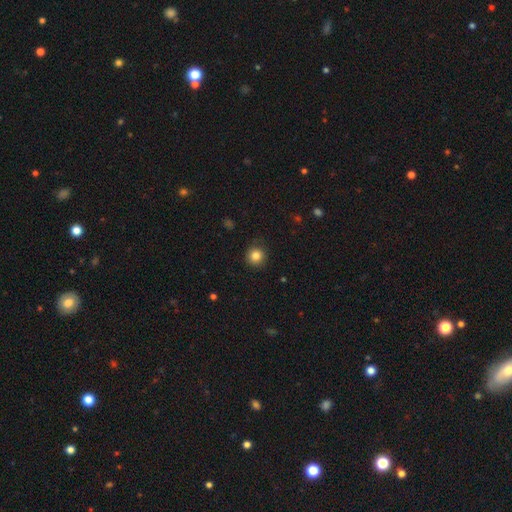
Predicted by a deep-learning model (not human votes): Morphology: type=smooth (84%); roundness=round (93%); merging=none (88%).